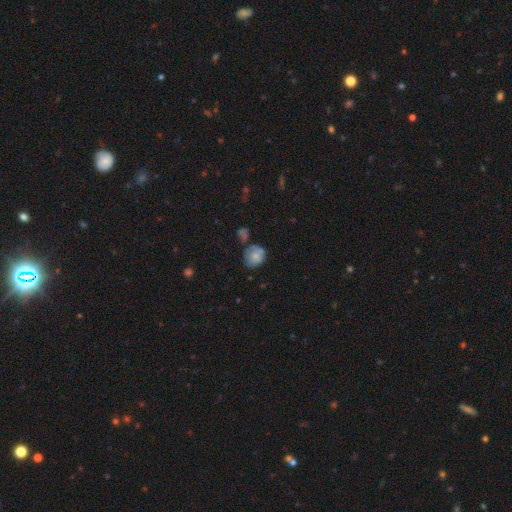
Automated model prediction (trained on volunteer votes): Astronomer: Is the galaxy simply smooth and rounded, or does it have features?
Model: smooth — 71%.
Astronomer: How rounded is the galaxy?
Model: round — 69%.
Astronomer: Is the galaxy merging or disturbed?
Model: none — 49% (runner-up: minor disturbance, 26%).